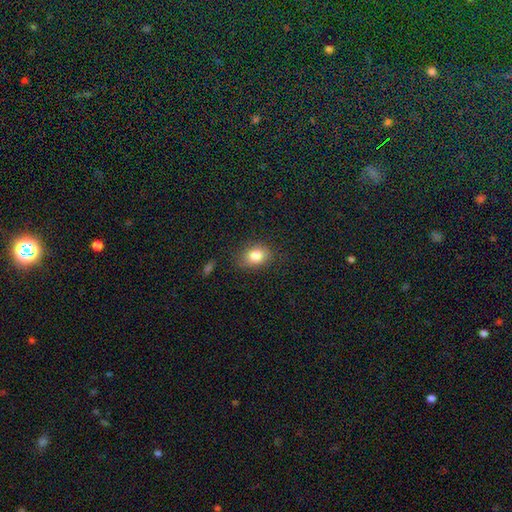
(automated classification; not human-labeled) The model was most divided on "how rounded": in between: 60%, round: 39%, cigar-shaped: 1%. More confident: smooth or featured — smooth (81%); merging — none (78%).